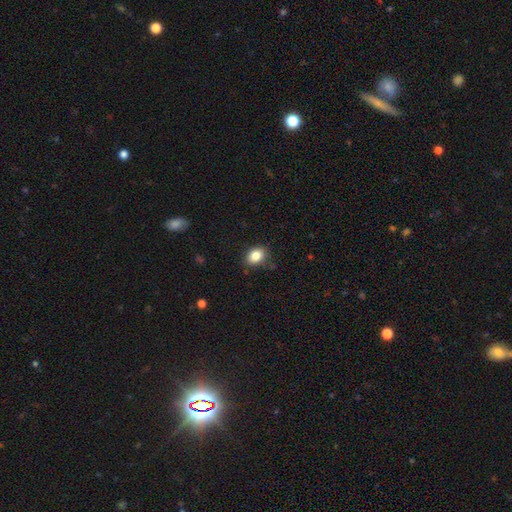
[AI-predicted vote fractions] Smooth or featured? Predicted: smooth (p=0.85). How rounded? Predicted: in between (p=0.67). Merging? Predicted: none (p=0.80).